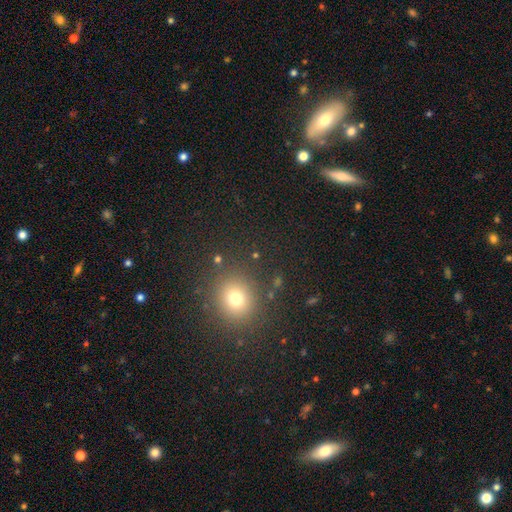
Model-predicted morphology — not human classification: Smooth or featured?
  - smooth: 64% *
  - star or artifact: 28%
  - featured or disk: 8%
How rounded?
  - round: 83% *
  - in between: 15%
  - cigar-shaped: 2%
Merging?
  - none: 87% *
  - minor disturbance: 7%
  - merger: 3%
  - major disturbance: 3%